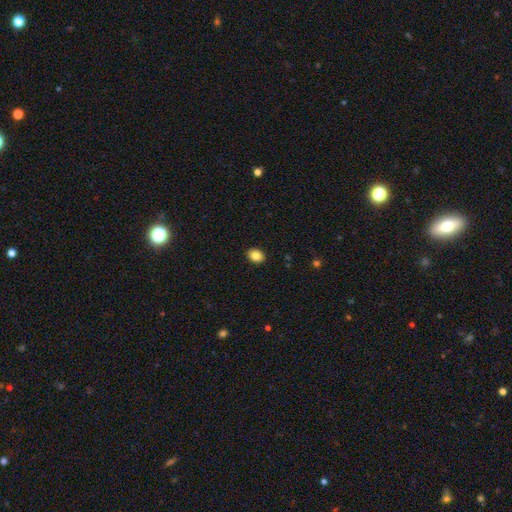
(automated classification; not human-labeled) Morphology: type=smooth (85%); roundness=in between (54%); merging=none (91%).